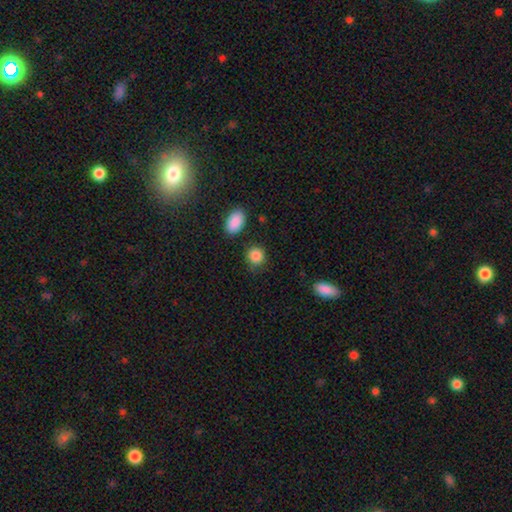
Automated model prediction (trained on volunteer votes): A smooth galaxy with no disk features (88%) that is round (79%).

Vote fractions:
- Smooth or featured? smooth: 88% / star or artifact: 9% / featured or disk: 4%
- How rounded? round: 79% / in between: 20% / cigar-shaped: 1%
- Merging? none: 80% / minor disturbance: 13% / major disturbance: 4% / merger: 3%